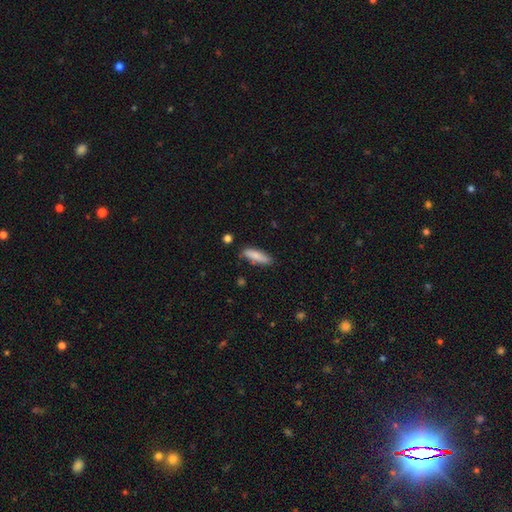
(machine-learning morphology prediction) smooth 84%, featured or disk 10%, star or artifact 6%. Down the decision tree: how rounded — cigar-shaped (61%); merging — none (77%).